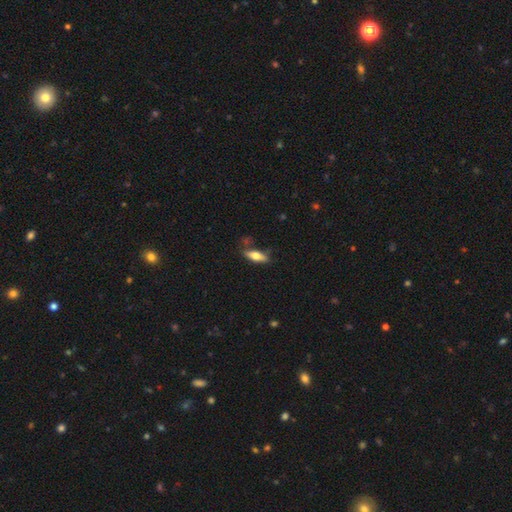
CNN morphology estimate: Smooth or featured? Predicted: smooth (p=0.59). How rounded? Predicted: in between (p=0.53). Merging? Predicted: none (p=0.74).